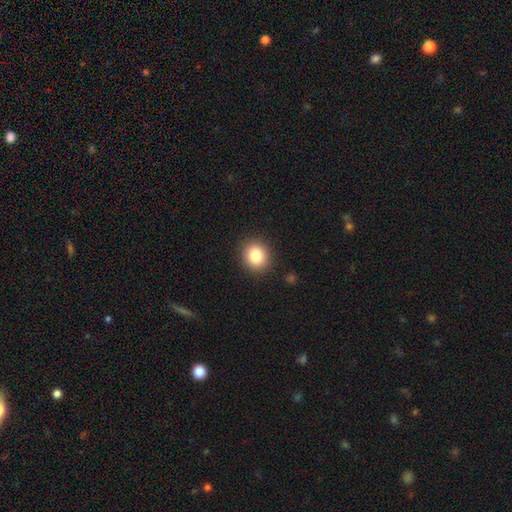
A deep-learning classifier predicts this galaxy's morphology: Smooth or featured? Predicted: smooth (p=0.85). How rounded? Predicted: round (p=0.74). Merging? Predicted: none (p=0.89).